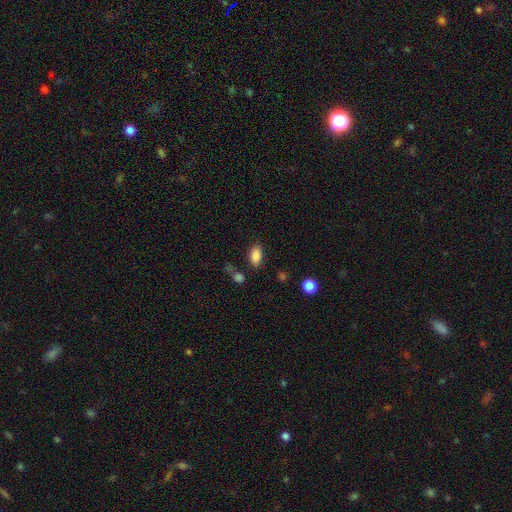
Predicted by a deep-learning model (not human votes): A smooth galaxy with no disk features (85%) that is in between round and cigar-shaped (91%).

Vote fractions:
- Smooth or featured? smooth: 85% / star or artifact: 9% / featured or disk: 7%
- How rounded? in between: 91% / round: 6% / cigar-shaped: 3%
- Merging? none: 80% / minor disturbance: 12% / merger: 5% / major disturbance: 4%